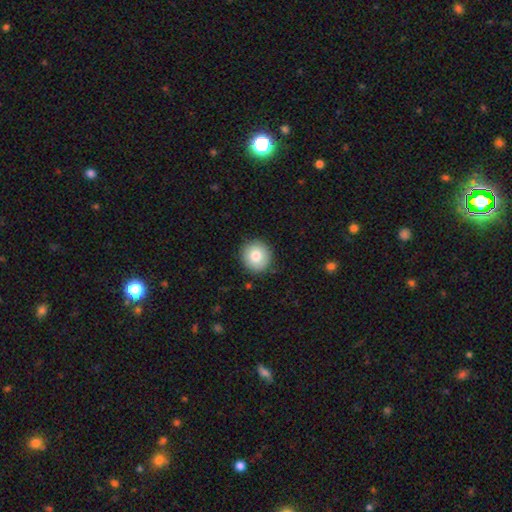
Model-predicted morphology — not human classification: Smooth or featured? Predicted: smooth (p=0.81). How rounded? Predicted: round (p=0.92). Merging? Predicted: none (p=0.89).